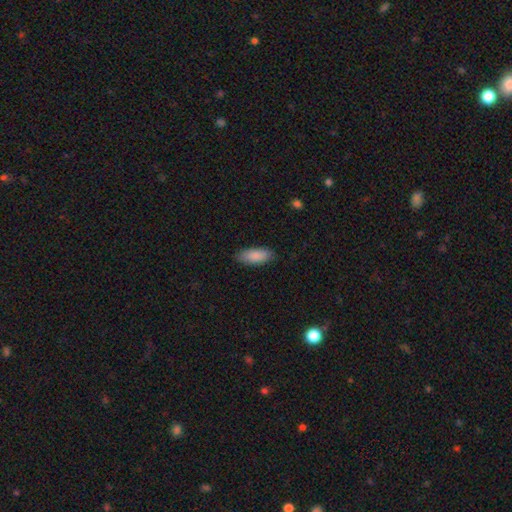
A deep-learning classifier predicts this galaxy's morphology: A smooth galaxy with no disk features (89%) that is in between round and cigar-shaped (80%).

Vote fractions:
- Smooth or featured? smooth: 89% / star or artifact: 6% / featured or disk: 5%
- How rounded? in between: 80% / cigar-shaped: 18% / round: 2%
- Merging? none: 85% / minor disturbance: 11% / major disturbance: 2% / merger: 1%